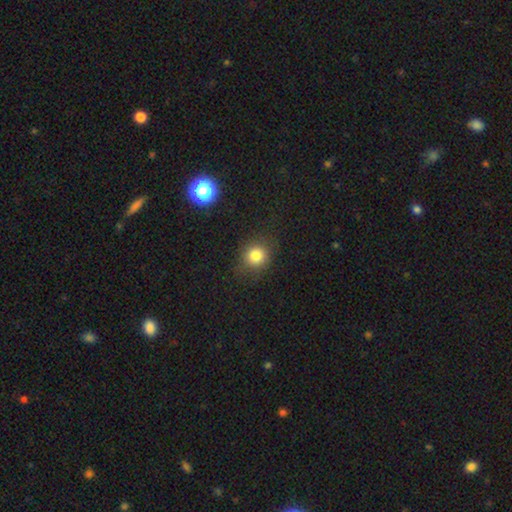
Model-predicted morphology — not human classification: The model was most divided on "smooth or featured": smooth: 81%, star or artifact: 13%, featured or disk: 6%. More confident: how rounded — round (84%); merging — none (81%).